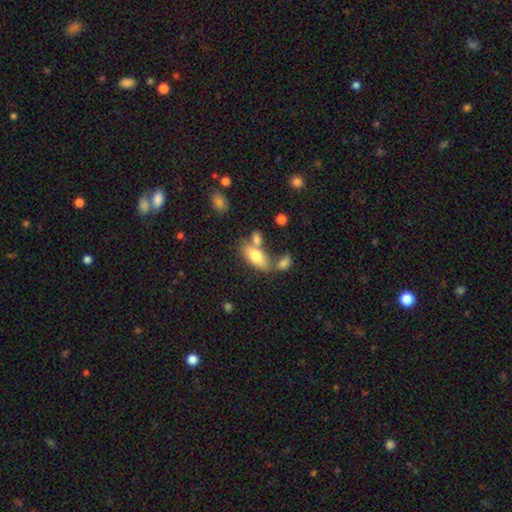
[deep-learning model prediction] Overall: smooth (74%). How rounded: in between (83%). Merging: none (46%; merger 32%).